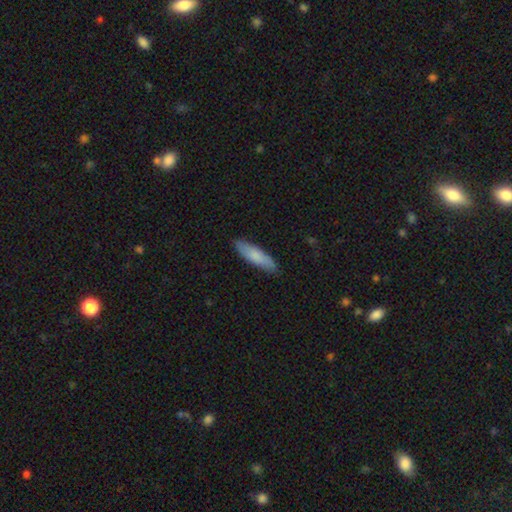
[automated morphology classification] This appears to be a smooth galaxy with no disk features (78%) that is cigar-shaped (67%). Merging: none (86%).